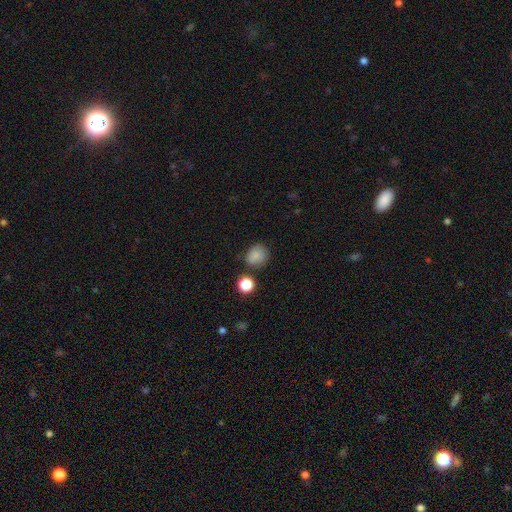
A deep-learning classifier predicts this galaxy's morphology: type=smooth (83%); roundness=round (77%); merging=none (73%).